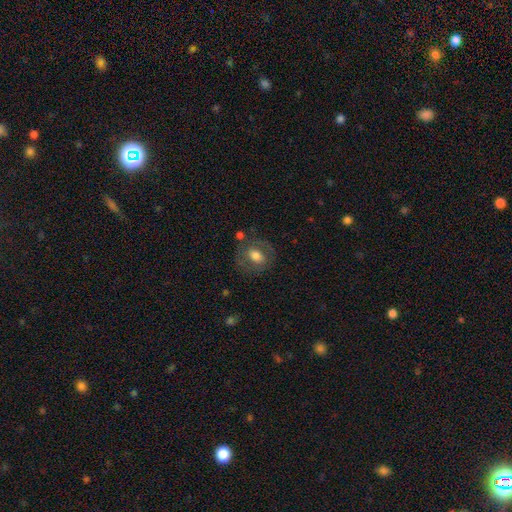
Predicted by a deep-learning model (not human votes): Morphology: type=smooth (59%); roundness=round (51%); merging=none (69%).